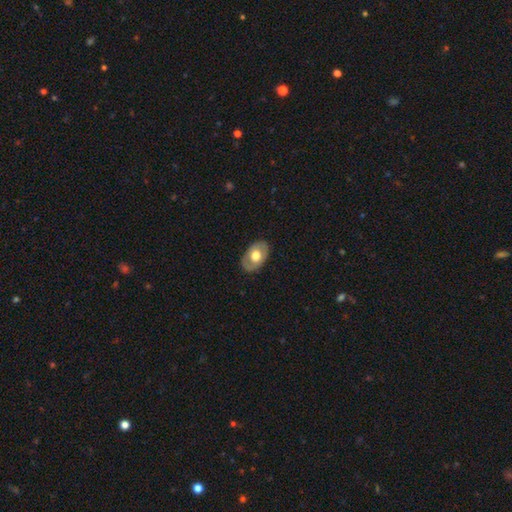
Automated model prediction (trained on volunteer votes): Smooth or featured: smooth — 54% (featured or disk — 41%)
How rounded: in between — 85% (round — 14%)
Merging: none — 83% (minor disturbance — 13%)